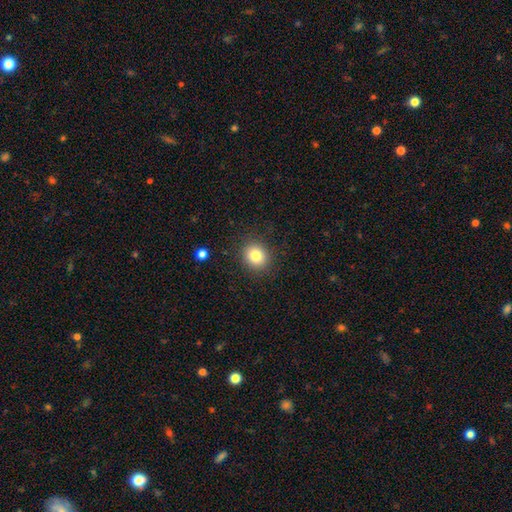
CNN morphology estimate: A smooth galaxy with no disk features (82%) that is round (75%).

Vote fractions:
- Smooth or featured? smooth: 82% / star or artifact: 11% / featured or disk: 7%
- How rounded? round: 75% / in between: 24% / cigar-shaped: 1%
- Merging? none: 88% / minor disturbance: 8% / major disturbance: 3% / merger: 1%